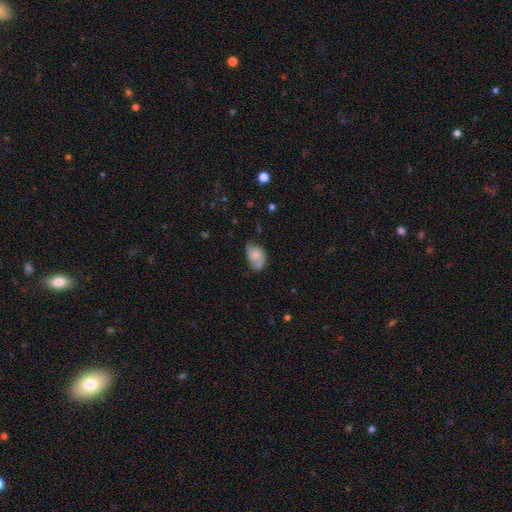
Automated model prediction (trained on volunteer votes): Smooth or featured? Predicted: smooth (p=0.55). How rounded? Predicted: in between (p=0.84). Merging? Predicted: none (p=0.53).